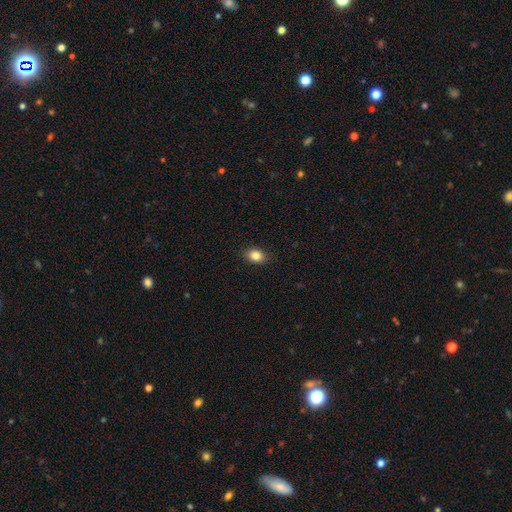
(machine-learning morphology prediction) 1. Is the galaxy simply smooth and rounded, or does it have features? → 85% smooth, 9% star or artifact, 6% featured or disk.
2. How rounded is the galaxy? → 67% in between, 32% round, 1% cigar-shaped.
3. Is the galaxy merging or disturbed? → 88% none, 9% minor disturbance, 2% major disturbance, 1% merger.